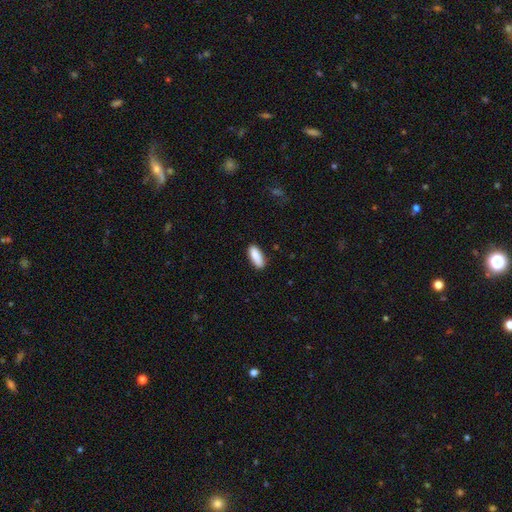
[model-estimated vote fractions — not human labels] This appears to be a smooth galaxy with no disk features (87%) that is in between round and cigar-shaped (70%). Merging: none (86%).